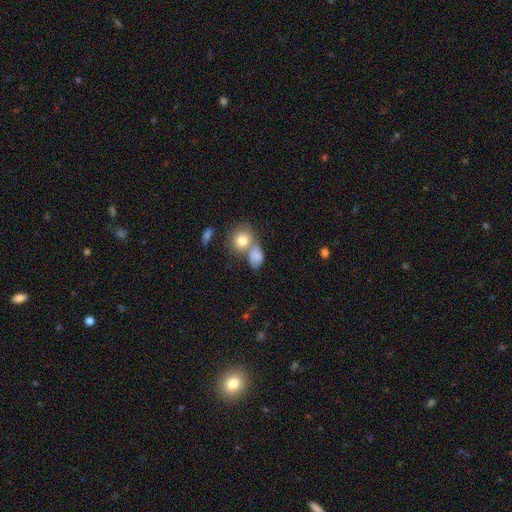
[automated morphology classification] type=smooth (78%); roundness=in between (63%); merging=merger (45%).